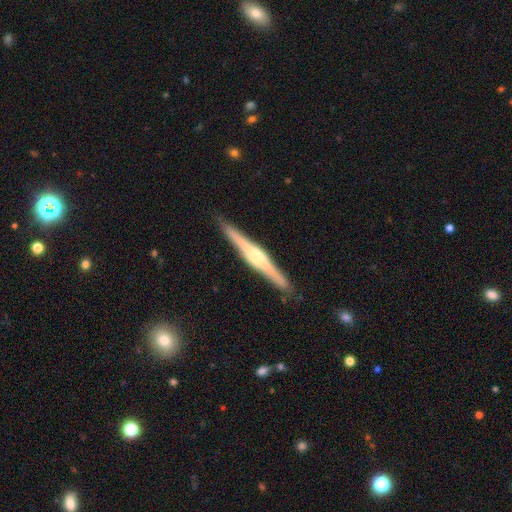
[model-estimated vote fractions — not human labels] This appears to be a featured or disk galaxy (75%) viewed edge-on (98%) with a rounded central bulge (63%). Merging: none (90%).